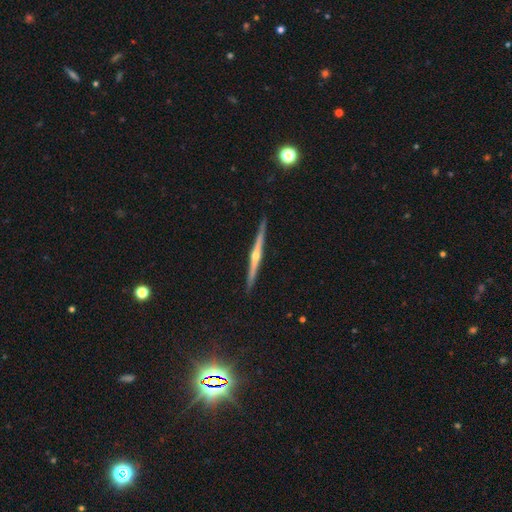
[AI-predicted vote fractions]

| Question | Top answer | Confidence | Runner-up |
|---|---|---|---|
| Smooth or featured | featured or disk | 82% | smooth (13%) |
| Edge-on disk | yes | 98% | no (2%) |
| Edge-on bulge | rounded | 86% | none (10%) |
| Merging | none | 91% | minor disturbance (6%) |